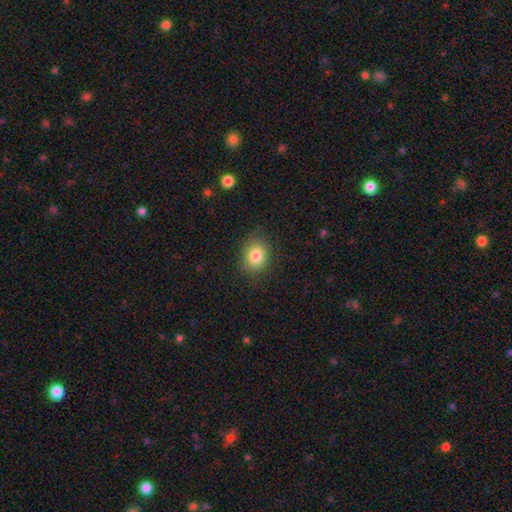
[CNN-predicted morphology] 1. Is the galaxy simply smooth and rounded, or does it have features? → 82% smooth, 10% star or artifact, 8% featured or disk.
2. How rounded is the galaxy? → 55% round, 44% in between, 1% cigar-shaped.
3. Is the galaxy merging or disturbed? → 83% none, 13% minor disturbance, 3% major disturbance, 1% merger.